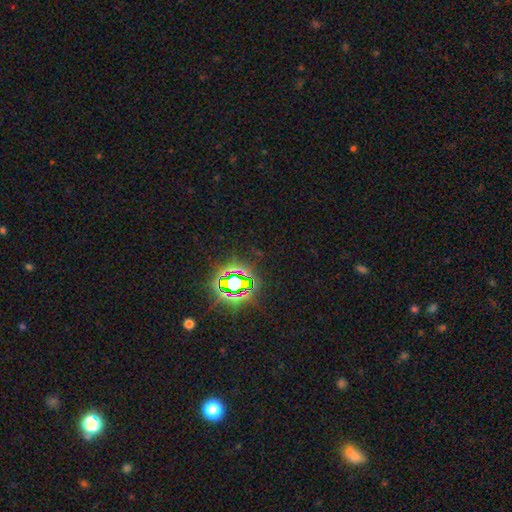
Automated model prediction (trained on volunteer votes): smooth_or_featured: star or artifact (p=0.79) [alt: smooth p=0.12]